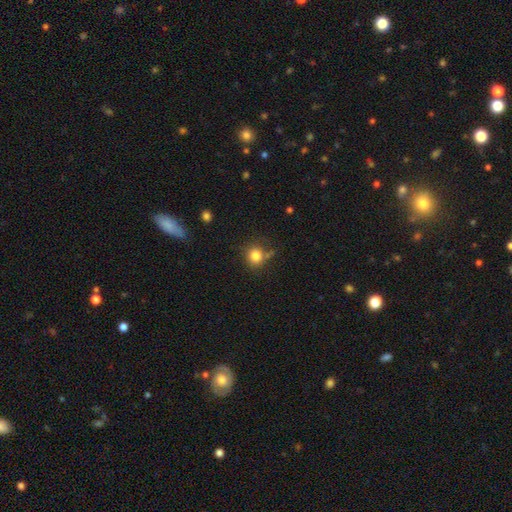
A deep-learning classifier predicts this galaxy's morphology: The model was most divided on "merging": none: 73%, minor disturbance: 15%, merger: 8%, major disturbance: 5%. More confident: how rounded — round (87%); smooth or featured — smooth (82%).